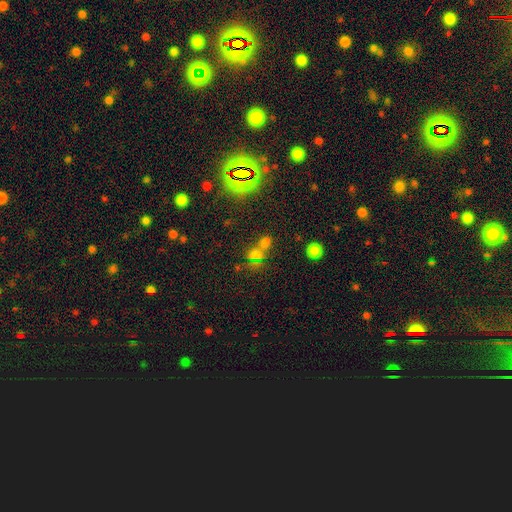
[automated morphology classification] A star or artifact, not a galaxy (45%).